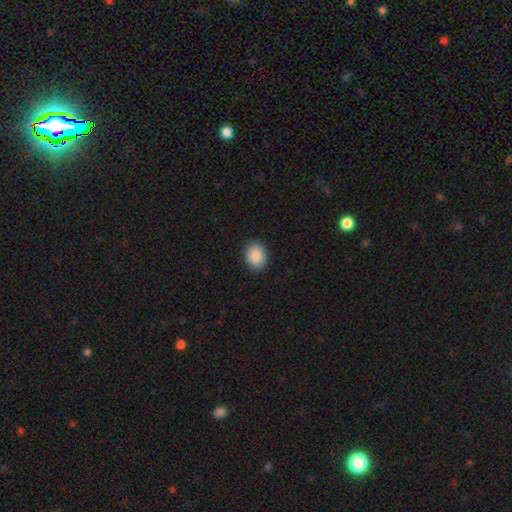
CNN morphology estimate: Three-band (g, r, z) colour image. It shows a smooth galaxy with no disk features (89%) that is in between round and cigar-shaped (70%). Merging: none (90%).